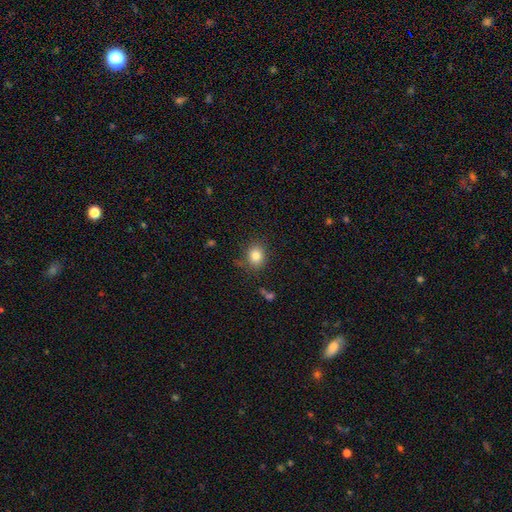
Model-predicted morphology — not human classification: A smooth galaxy with no disk features (83%) that is round (62%). Merging: none (80%).